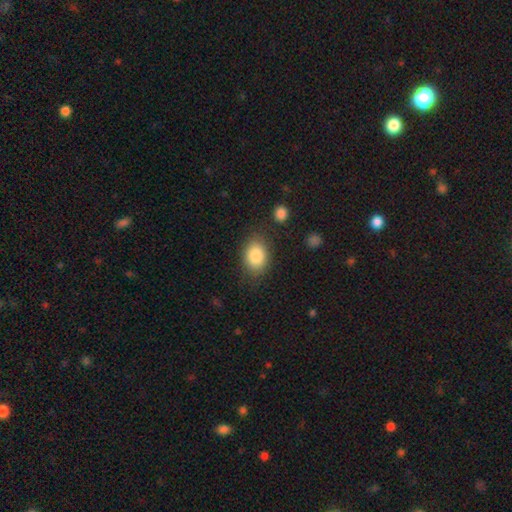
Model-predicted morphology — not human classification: smooth 85%, star or artifact 8%, featured or disk 7%. Down the decision tree: how rounded — in between (73%); merging — none (78%).